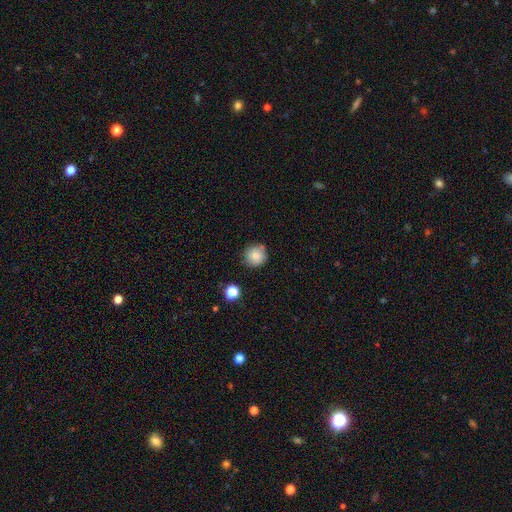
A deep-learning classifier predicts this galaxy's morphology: A smooth galaxy with no disk features (78%) that is round (93%).

Vote fractions:
- Smooth or featured? smooth: 78% / featured or disk: 12% / star or artifact: 10%
- How rounded? round: 93% / in between: 6% / cigar-shaped: 1%
- Merging? none: 80% / minor disturbance: 13% / merger: 4% / major disturbance: 3%